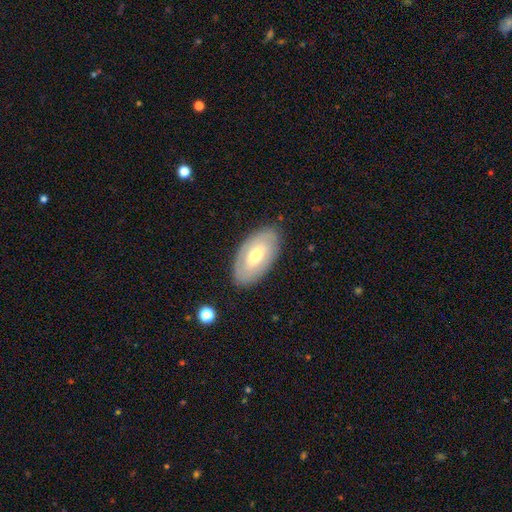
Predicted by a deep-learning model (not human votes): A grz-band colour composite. It shows a featured or disk galaxy (49%). Merging: none (83%).